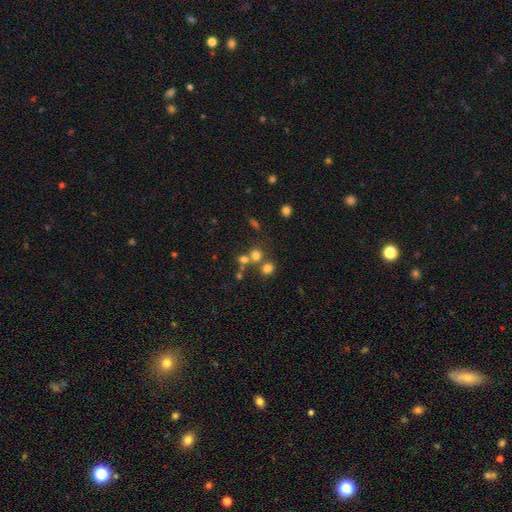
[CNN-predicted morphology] Overall: smooth (68%). How rounded: round (84%). Merging: none (54%; merger 34%).